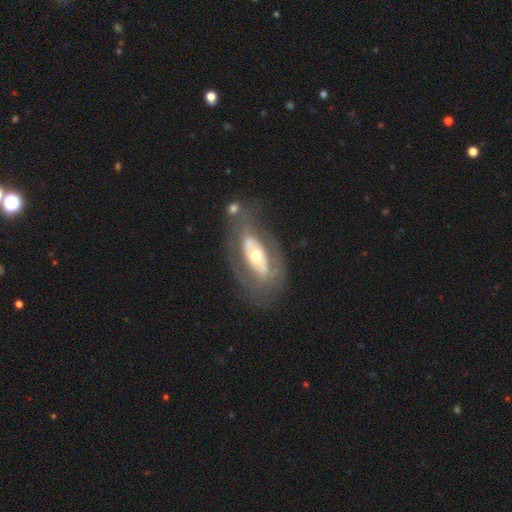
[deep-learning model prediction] A featured or disk galaxy (70%) with no bar (65%), no spiral arms (63%) and a moderate central bulge (62%).

Vote fractions:
- Smooth or featured? featured or disk: 70% / smooth: 25% / star or artifact: 6%
- Edge-on disk? no: 88% / yes: 12%
- Bar? no: 65% / strong: 18% / weak: 18%
- Spiral arms? no: 63% / yes: 37%
- Bulge size? moderate: 62% / small: 24% / large: 11% / dominant: 2% / none: 1%
- Merging? none: 61% / minor disturbance: 18% / major disturbance: 15% / merger: 6%